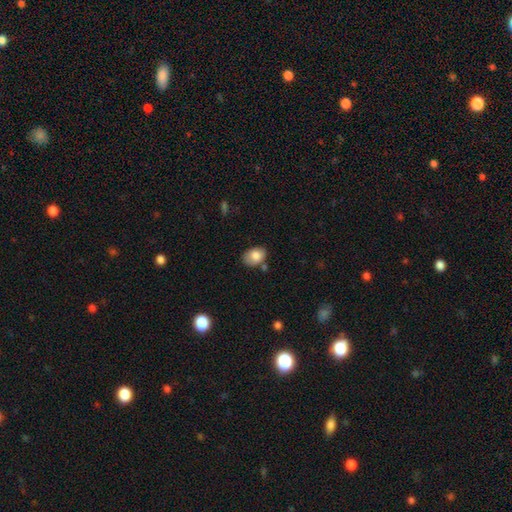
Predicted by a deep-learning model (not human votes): smooth 82%, featured or disk 10%, star or artifact 8%. Down the decision tree: how rounded — in between (82%); merging — none (67%).